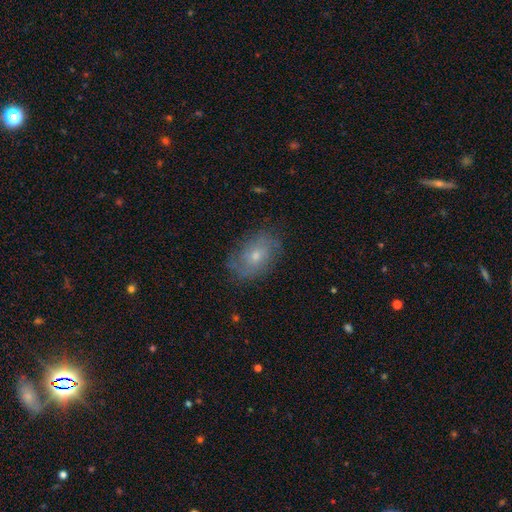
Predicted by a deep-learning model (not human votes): Smooth or featured? featured or disk (47%)
Merging? none (75%)